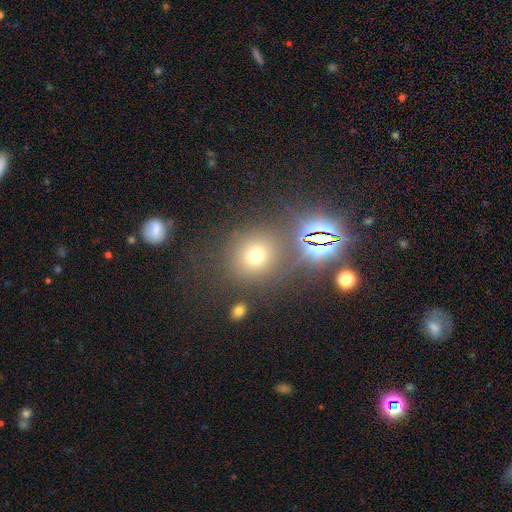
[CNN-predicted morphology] A smooth galaxy with no disk features (62%) that is round (86%).

Vote fractions:
- Smooth or featured? smooth: 62% / star or artifact: 28% / featured or disk: 10%
- How rounded? round: 86% / in between: 13% / cigar-shaped: 1%
- Merging? none: 79% / minor disturbance: 9% / merger: 6% / major disturbance: 6%